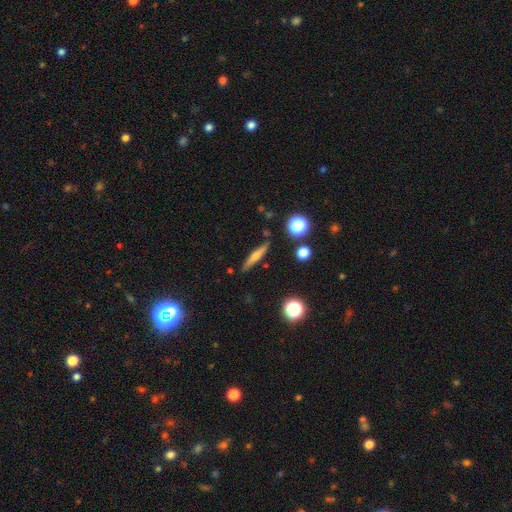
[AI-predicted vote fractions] Morphology: type=featured or disk (46%); merging=none (87%).